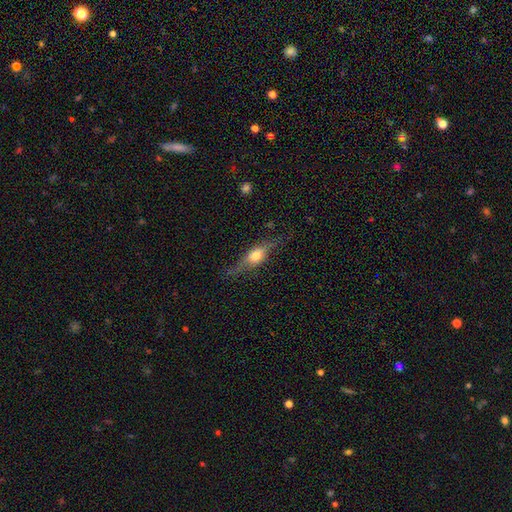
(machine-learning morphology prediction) Overall: featured or disk (51%; smooth 41%). Edge-on disk: yes (85%). Merging: none (67%).